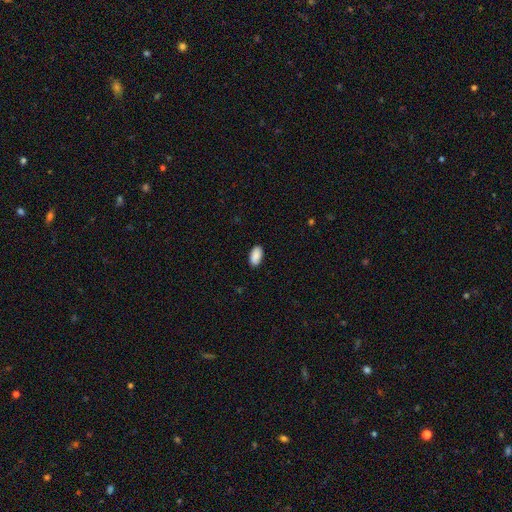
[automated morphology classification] This appears to be a smooth galaxy with no disk features (90%) that is in between round and cigar-shaped (95%). Merging: none (88%).